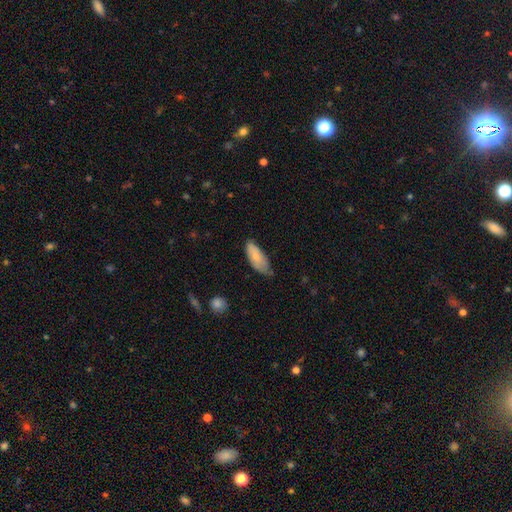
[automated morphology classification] Smooth or featured? smooth (76%)
How rounded? in between (83%)
Merging? none (51%)